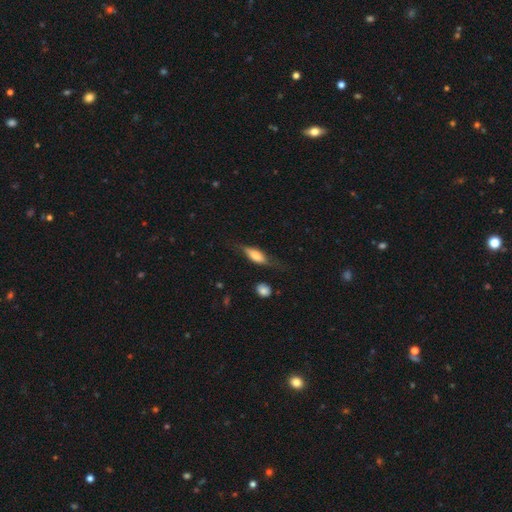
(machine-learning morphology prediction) This is possibly a smooth galaxy (52%). How rounded: possibly in between (56%). Merging: likely none (61%).